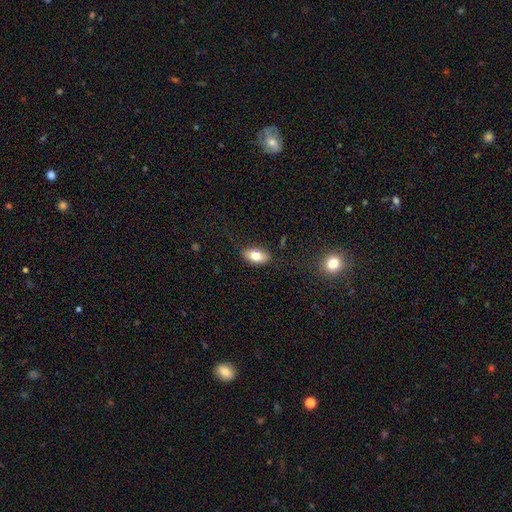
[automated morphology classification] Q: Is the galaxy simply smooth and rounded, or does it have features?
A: smooth — 74%.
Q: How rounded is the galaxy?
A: in between — 89%.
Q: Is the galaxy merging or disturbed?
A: none — 80%.